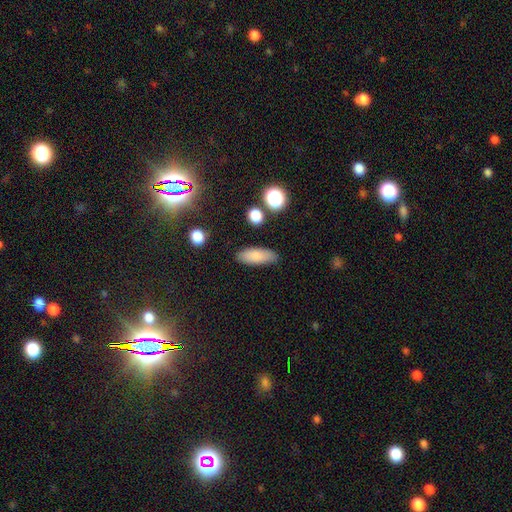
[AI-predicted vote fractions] Overall: smooth (83%). How rounded: in between (68%; cigar-shaped 29%). Merging: none (84%).